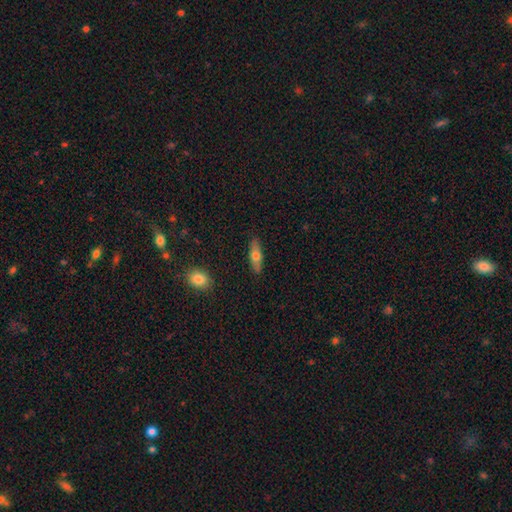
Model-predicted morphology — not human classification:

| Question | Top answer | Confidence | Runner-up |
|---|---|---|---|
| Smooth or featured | smooth | 61% | featured or disk (32%) |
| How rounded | in between | 49% | cigar-shaped (48%) |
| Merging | none | 87% | minor disturbance (9%) |